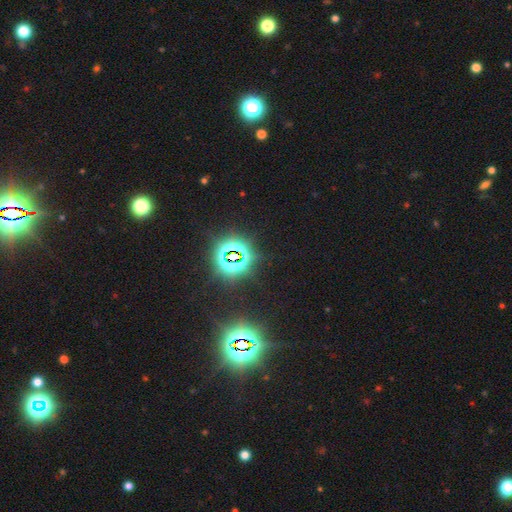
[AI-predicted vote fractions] This appears to be a star or artifact, not a galaxy (84%).